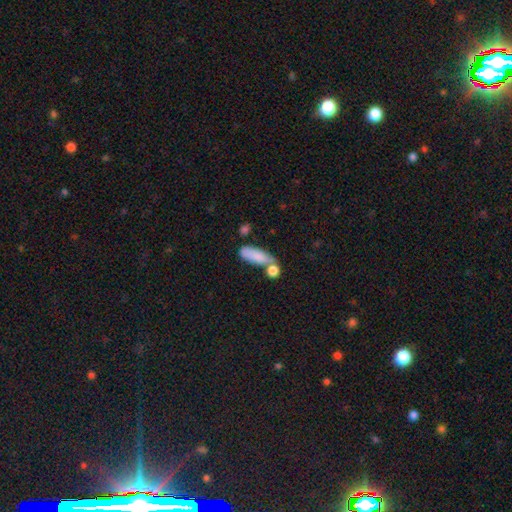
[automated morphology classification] This appears to be a smooth galaxy with no disk features (81%) that is in between round and cigar-shaped (59%). Merging: none (45%).